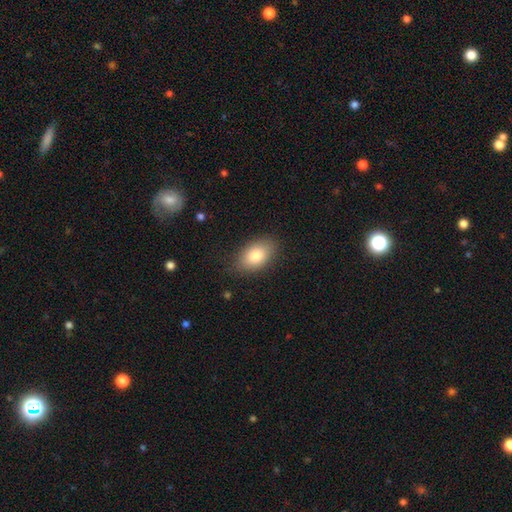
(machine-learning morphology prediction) Q: Smooth or featured?
A: smooth (82%); runner-up: featured or disk (11%)
Q: How rounded?
A: in between (91%); runner-up: round (8%)
Q: Merging?
A: none (82%); runner-up: minor disturbance (14%)